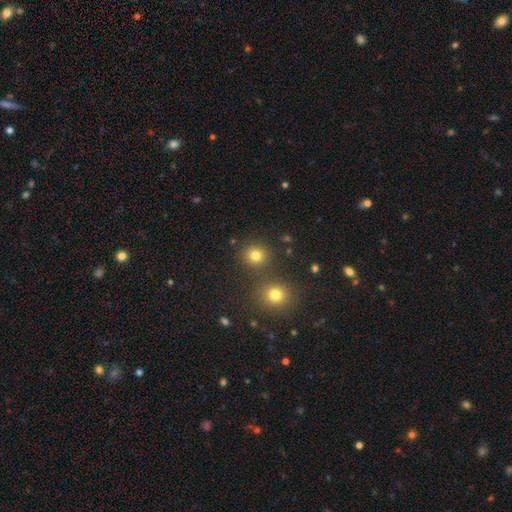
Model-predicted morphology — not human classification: Smooth or featured: smooth — 78% (star or artifact — 16%)
How rounded: round — 89% (in between — 10%)
Merging: none — 81% (merger — 9%)